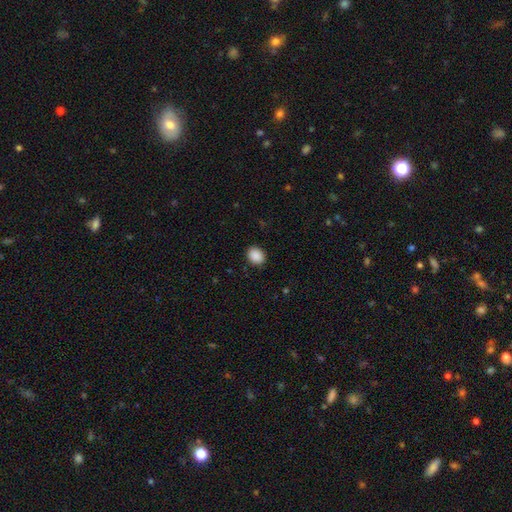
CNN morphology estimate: smooth 90%, star or artifact 8%, featured or disk 2%. Down the decision tree: how rounded — in between (51%); merging — none (90%).